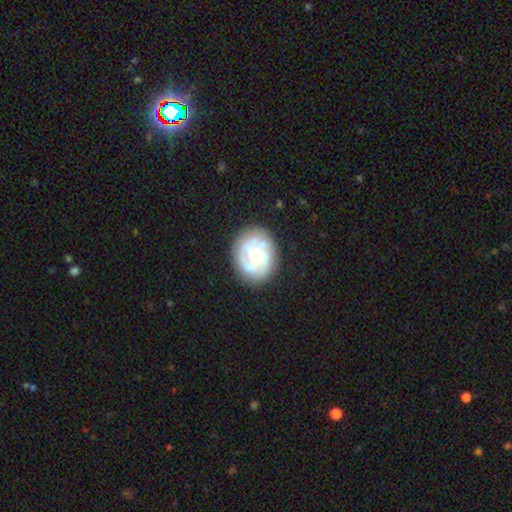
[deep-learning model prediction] featured or disk 69%, smooth 24%, star or artifact 7%. Down the decision tree: edge-on disk — no (98%); bar — no (68%); spiral arms — yes (86%); spiral arm count — 3 (31%); spiral winding — tight (49%); bulge size — small (51%); merging — none (76%).